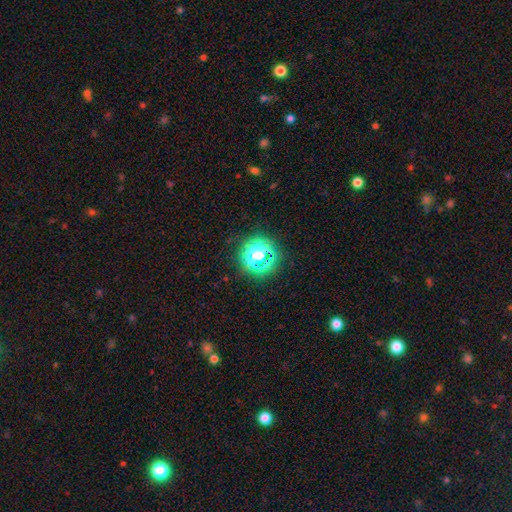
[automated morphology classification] A star or artifact, not a galaxy (54%).